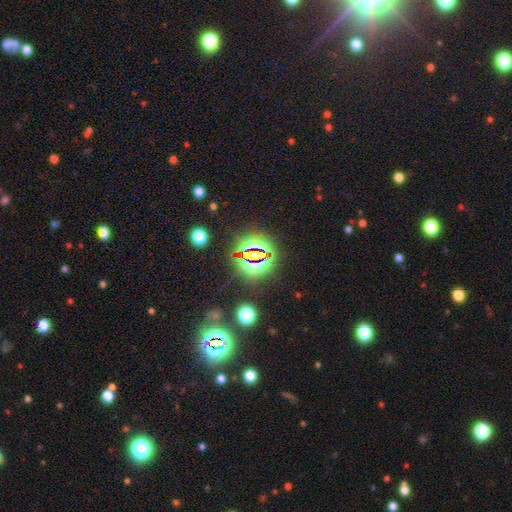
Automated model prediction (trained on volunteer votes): Morphology: type=star or artifact (78%).